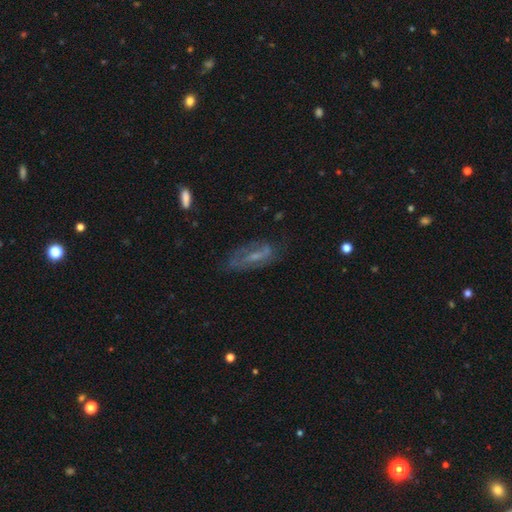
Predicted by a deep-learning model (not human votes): A featured or disk galaxy (61%) with a weak bar (43%), spiral arms (66%) and a small central bulge (52%). Merging: none (64%).